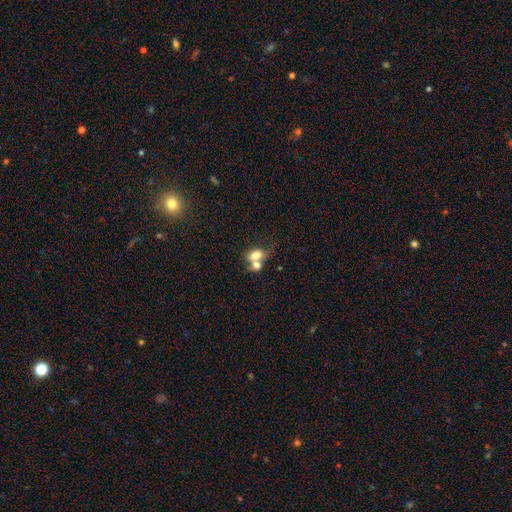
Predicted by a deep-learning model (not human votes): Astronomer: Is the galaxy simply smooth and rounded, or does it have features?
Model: smooth — 74%.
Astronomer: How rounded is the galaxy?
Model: in between — 74%.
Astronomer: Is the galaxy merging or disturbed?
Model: merger — 62%.